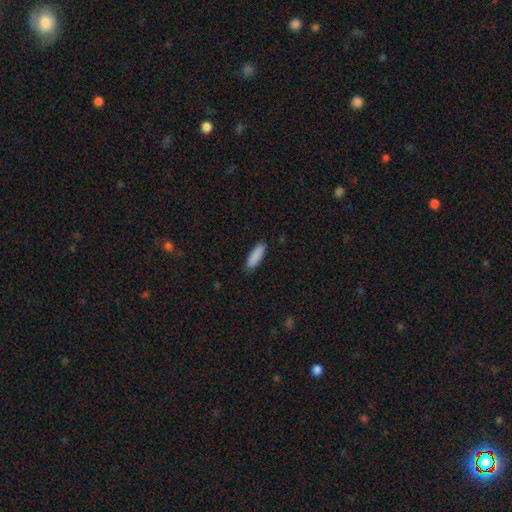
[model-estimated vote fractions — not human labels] Smooth or featured? Predicted: smooth (p=0.89). How rounded? Predicted: cigar-shaped (p=0.50). Merging? Predicted: none (p=0.89).